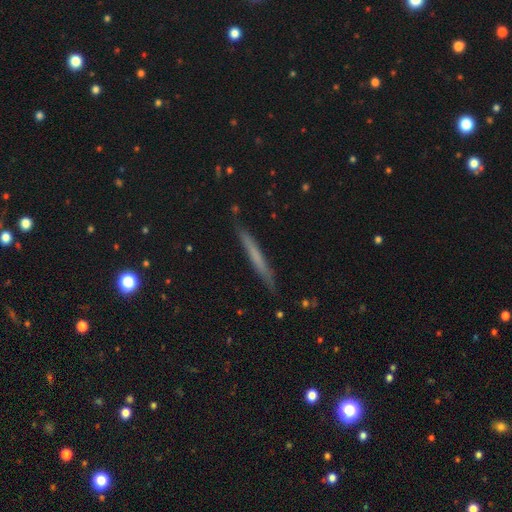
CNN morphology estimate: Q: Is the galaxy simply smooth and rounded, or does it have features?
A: smooth — 53%.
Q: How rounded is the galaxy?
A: cigar-shaped — 96%.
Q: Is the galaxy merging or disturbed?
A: none — 88%.